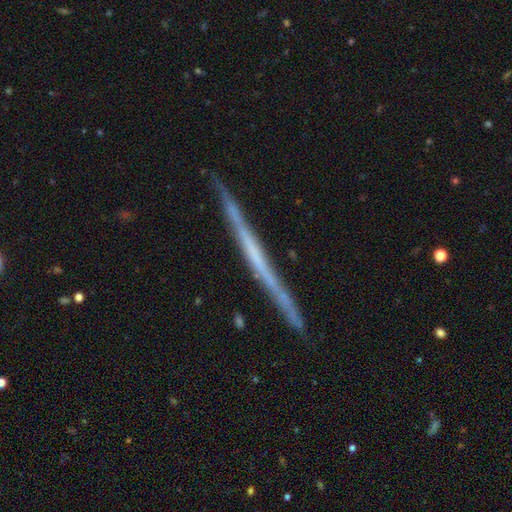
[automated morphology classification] type=featured or disk (68%); edge-on=yes (97%); edge-on bulge=none (87%); merging=none (86%).